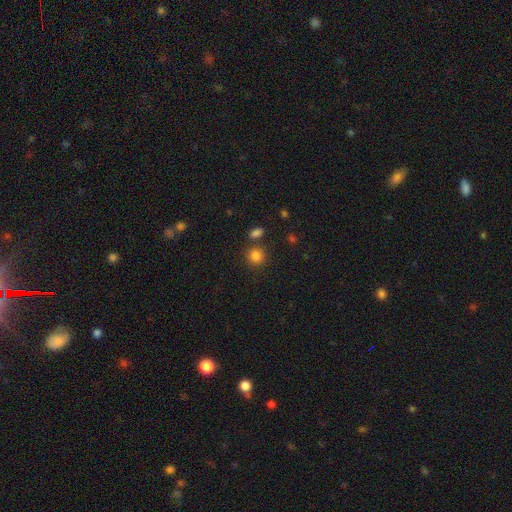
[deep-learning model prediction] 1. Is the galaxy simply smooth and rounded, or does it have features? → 83% smooth, 12% star or artifact, 5% featured or disk.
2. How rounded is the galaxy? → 86% round, 13% in between, 1% cigar-shaped.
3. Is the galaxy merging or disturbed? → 78% none, 10% merger, 9% minor disturbance, 3% major disturbance.